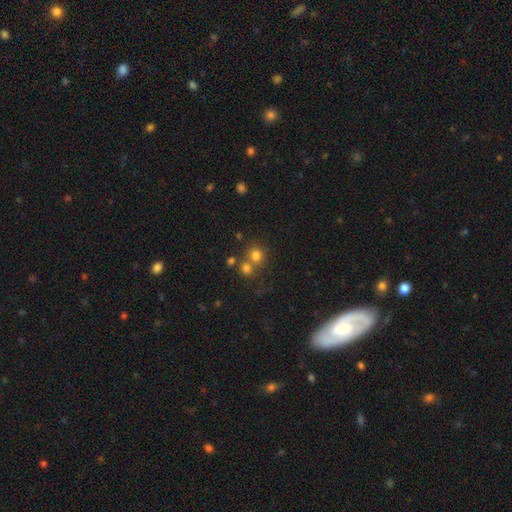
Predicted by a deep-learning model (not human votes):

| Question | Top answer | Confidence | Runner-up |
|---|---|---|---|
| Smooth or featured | smooth | 75% | star or artifact (16%) |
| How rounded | round | 86% | in between (13%) |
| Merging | none | 55% | merger (35%) |